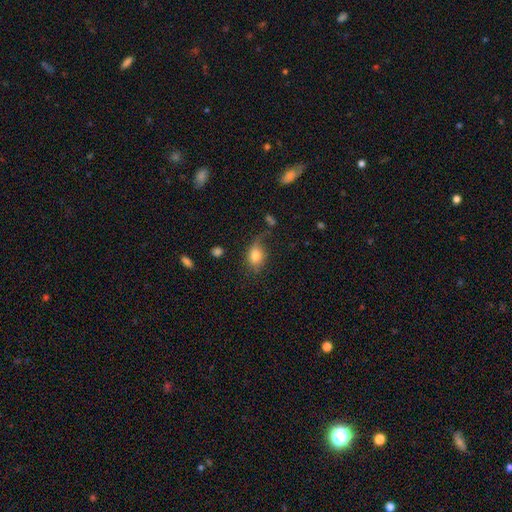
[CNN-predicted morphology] smooth-or-featured: smooth: 77% | featured or disk: 14% | star or artifact: 9%
  how-rounded: in between: 74% | round: 24% | cigar-shaped: 2%
  merging: none: 58% | minor disturbance: 26% | major disturbance: 13% | merger: 4%